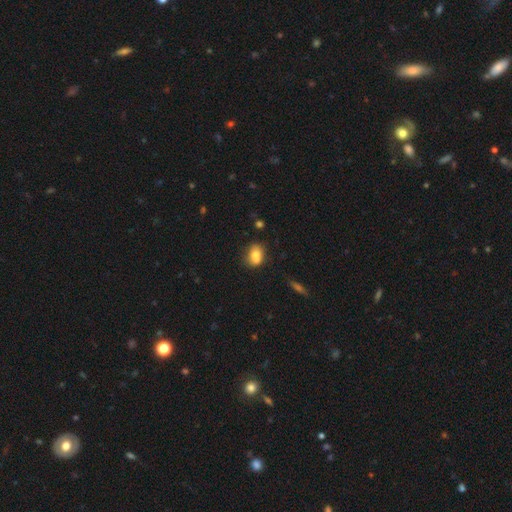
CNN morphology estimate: Smooth or featured?
  - smooth: 73% *
  - featured or disk: 17%
  - star or artifact: 10%
How rounded?
  - in between: 62% *
  - round: 36%
  - cigar-shaped: 2%
Merging?
  - merger: 40% * (tied)
  - none: 40% * (tied)
  - minor disturbance: 15%
  - major disturbance: 5%